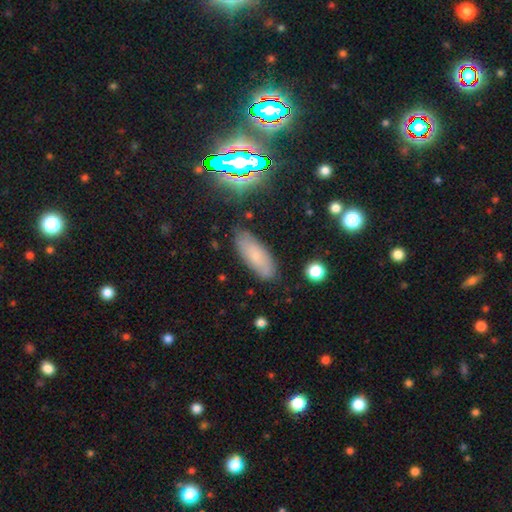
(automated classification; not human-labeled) Morphology: type=smooth (67%); roundness=in between (72%); merging=none (80%).